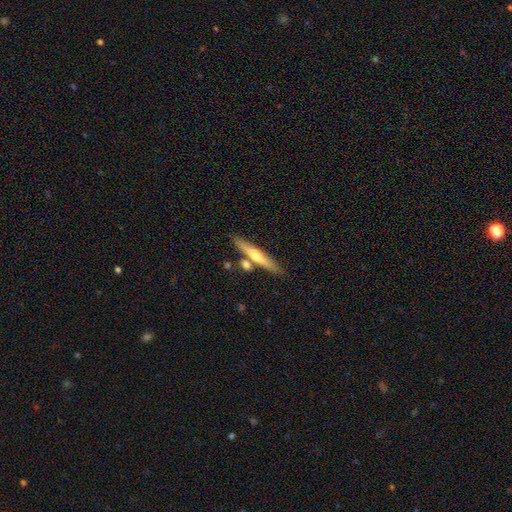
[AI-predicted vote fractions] This is possibly a featured or disk galaxy (49%). Merging: likely none (76%).